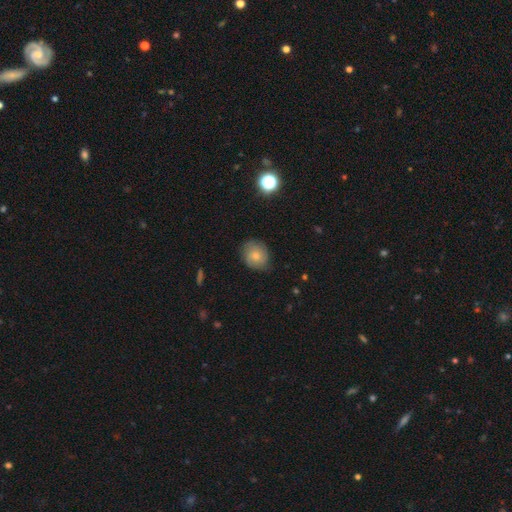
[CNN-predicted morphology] This is likely a smooth galaxy (66%). How rounded: likely round (71%). Merging: likely none (73%).